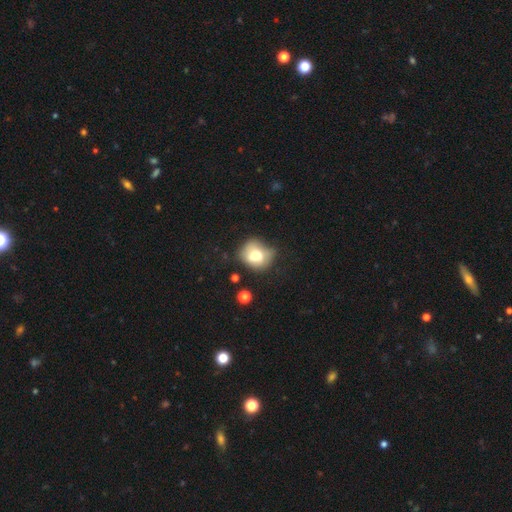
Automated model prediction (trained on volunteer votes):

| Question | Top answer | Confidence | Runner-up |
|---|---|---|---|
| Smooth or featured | smooth | 70% | featured or disk (19%) |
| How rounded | round | 69% | in between (30%) |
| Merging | none | 52% | minor disturbance (30%) |